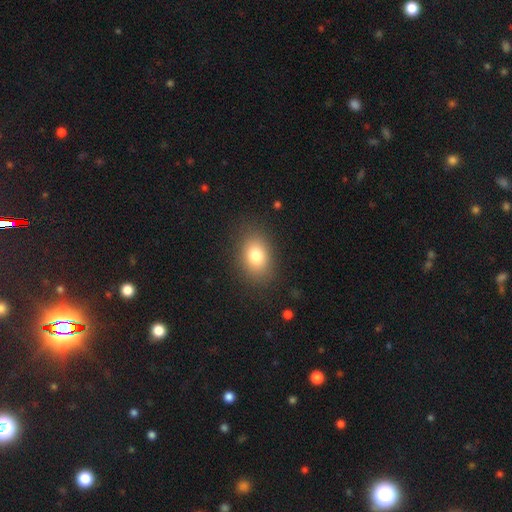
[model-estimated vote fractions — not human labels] A smooth galaxy with no disk features (80%) that is in between round and cigar-shaped (76%).

Vote fractions:
- Smooth or featured? smooth: 80% / star or artifact: 10% / featured or disk: 10%
- How rounded? in between: 76% / round: 23% / cigar-shaped: 1%
- Merging? none: 85% / minor disturbance: 10% / major disturbance: 4% / merger: 1%